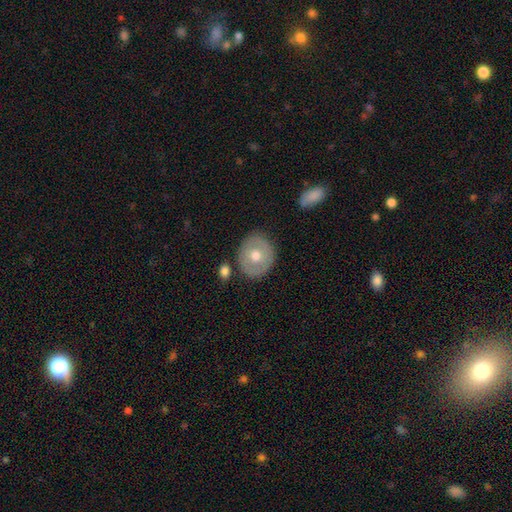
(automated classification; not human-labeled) Smooth or featured: smooth — 55% (featured or disk — 39%)
How rounded: round — 75% (in between — 24%)
Merging: none — 82% (minor disturbance — 10%)